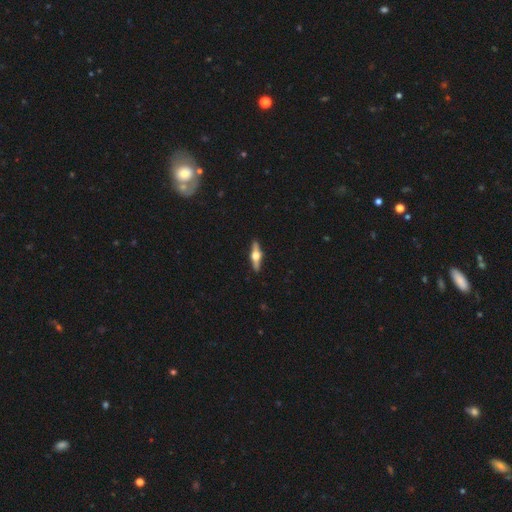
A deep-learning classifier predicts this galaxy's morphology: The model was most divided on "smooth or featured": featured or disk: 72%, smooth: 23%, star or artifact: 5%. More confident: edge-on disk — yes (97%); edge-on bulge — rounded (96%); merging — none (91%).